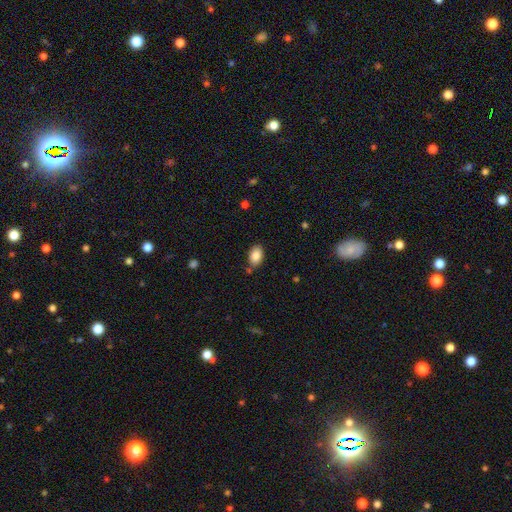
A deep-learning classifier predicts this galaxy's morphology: A smooth galaxy with no disk features (86%) that is in between round and cigar-shaped (88%). Merging: none (79%).